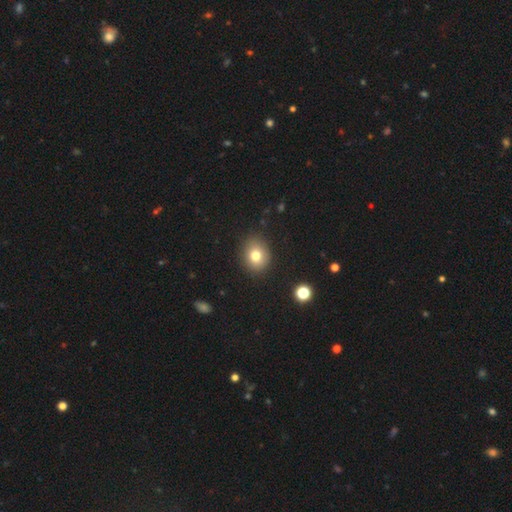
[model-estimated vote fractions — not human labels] This appears to be a smooth galaxy with no disk features (77%) that is round (63%). Merging: none (86%).